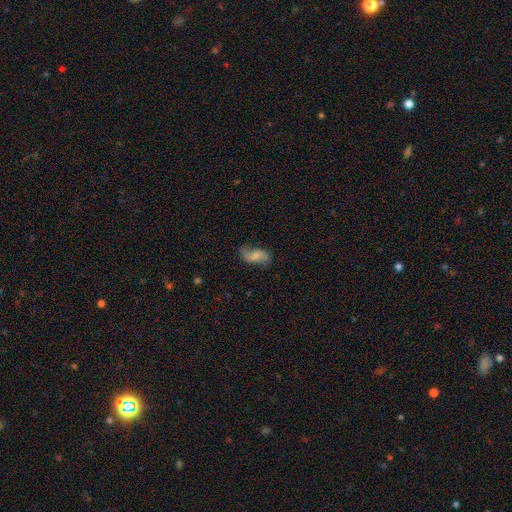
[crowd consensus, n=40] Smooth or featured? 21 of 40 (52%) said featured or disk. Edge-on disk? 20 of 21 (95%) said no. Bar? 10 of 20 (50%) said no. Spiral arms? 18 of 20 (90%) said yes. Spiral winding? 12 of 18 (67%) said loose. Spiral arm count? 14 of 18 (78%) said 2. Bulge size? 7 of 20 (35%, tied with none) said moderate. Merging? 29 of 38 (76%) said none.